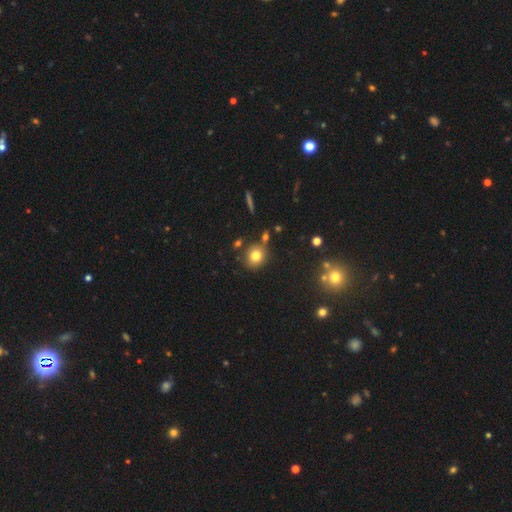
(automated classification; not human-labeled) This is likely a smooth galaxy (78%). How rounded: clearly round (81%). Merging: likely none (76%).